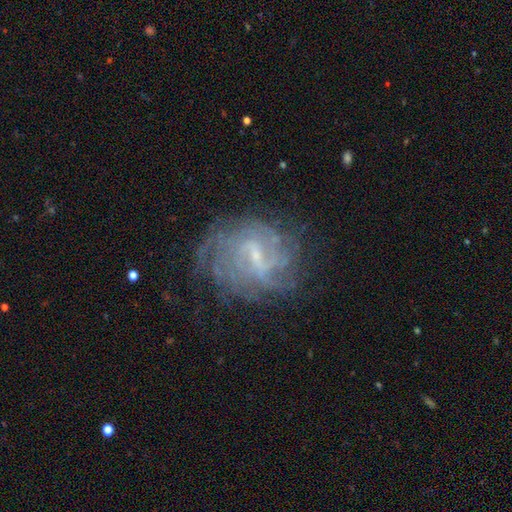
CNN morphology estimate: A featured or disk galaxy (81%) with a weak bar (59%), tight (52%) spiral arms (86%) and a small central bulge (67%).

Vote fractions:
- Smooth or featured? featured or disk: 81% / star or artifact: 10% / smooth: 9%
- Edge-on disk? no: 97% / yes: 3%
- Bar? weak: 59% / strong: 25% / no: 16%
- Spiral arms? yes: 86% / no: 14%
- Spiral winding? tight: 52% / medium: 33% / loose: 15%
- Spiral arm count? can't tell: 51% / 4: 13% / 2: 12% / 3: 9% / more than 4: 9% / 1: 5%
- Bulge size? small: 67% / moderate: 18% / none: 13% / large: 1% / dominant: 1%
- Merging? none: 67% / minor disturbance: 18% / major disturbance: 13% / merger: 2%